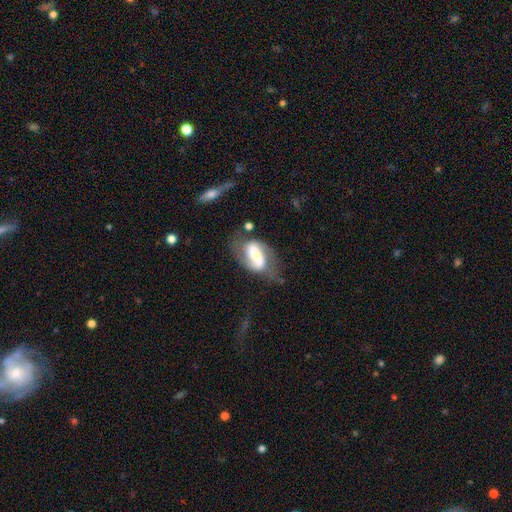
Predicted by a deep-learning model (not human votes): The model was most divided on "bulge size": moderate: 39%, small: 37%, large: 14%, none: 6%, dominant: 4%. Remaining: edge-on disk — no (96%); spiral arms — yes (90%); spiral arm count — 2 (88%); smooth or featured — featured or disk (75%); merging — none (55%); bar — strong (47%); spiral winding — loose (45%).